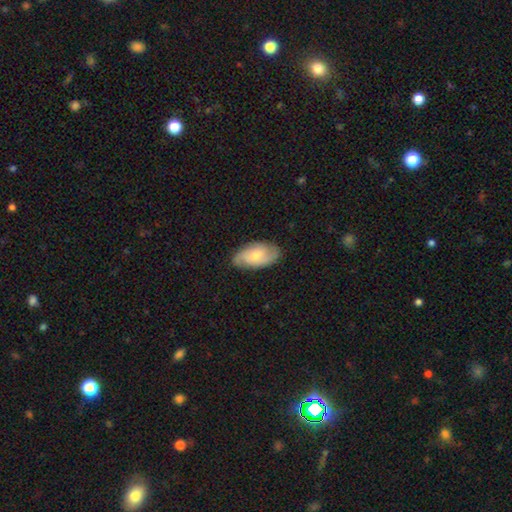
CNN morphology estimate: Smooth or featured? smooth (49%)
Merging? none (76%)